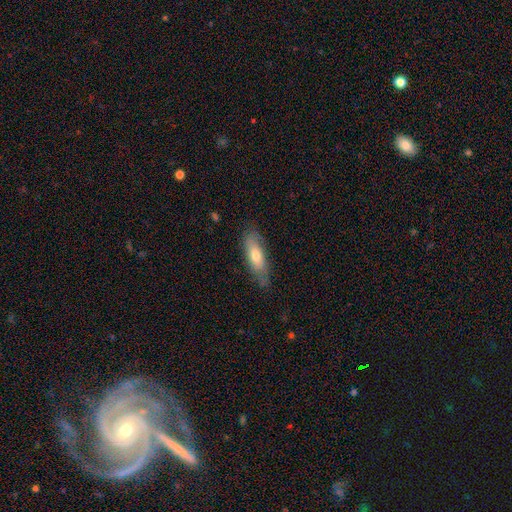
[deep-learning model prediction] This is likely a smooth galaxy (61%). How rounded: possibly in between (49%, tied with cigar-shaped). Merging: likely none (77%).